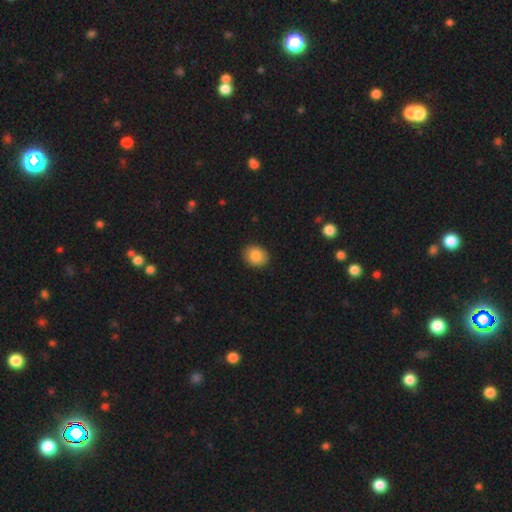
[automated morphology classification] Overall: smooth (86%). How rounded: round (55%; in between 44%). Merging: none (90%).